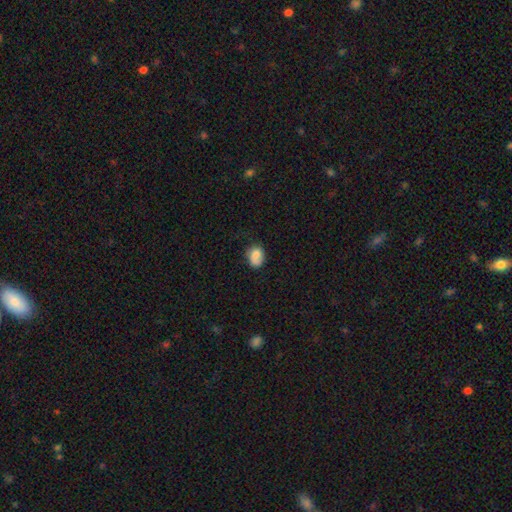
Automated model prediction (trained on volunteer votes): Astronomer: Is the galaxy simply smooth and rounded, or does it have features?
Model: smooth — 70%.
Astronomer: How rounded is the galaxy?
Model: in between — 60% (runner-up: round, 39%).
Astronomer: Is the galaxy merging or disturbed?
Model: none — 52% (runner-up: minor disturbance, 30%).